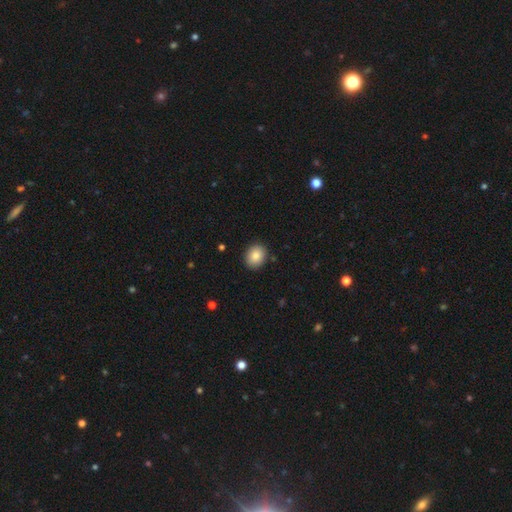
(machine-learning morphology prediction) Overall: smooth (86%). How rounded: round (53%; in between 46%). Merging: none (90%).